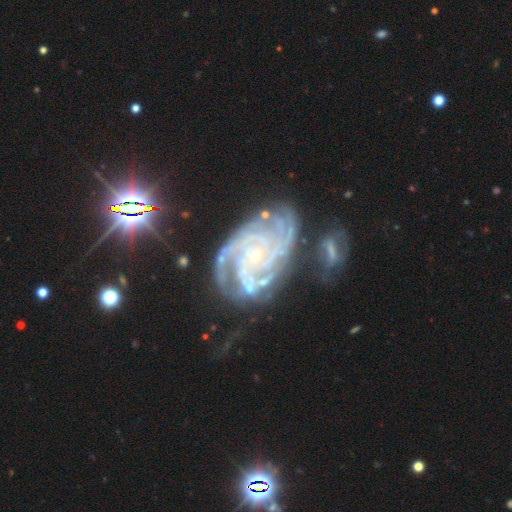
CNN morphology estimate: Smooth or featured? Predicted: featured or disk (p=0.89). Edge-on disk? Predicted: no (p=0.97). Bar? Predicted: no (p=0.72). Spiral arms? Predicted: yes (p=0.98). Spiral winding? Predicted: tight (p=0.66). Spiral arm count? Predicted: 4 (p=0.28). Bulge size? Predicted: small (p=0.82). Merging? Predicted: none (p=0.49).